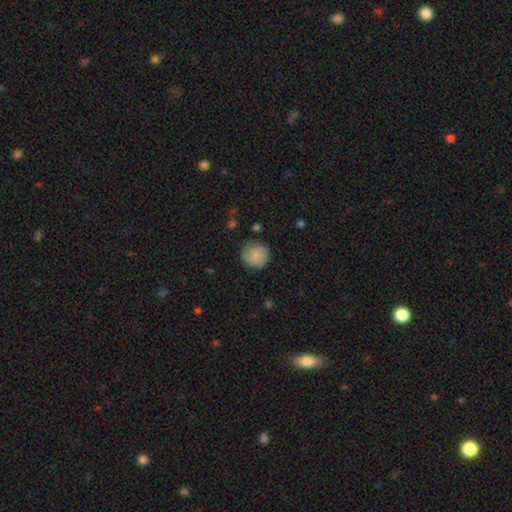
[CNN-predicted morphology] This appears to be a smooth galaxy with no disk features (82%) that is round (92%). Merging: none (80%).